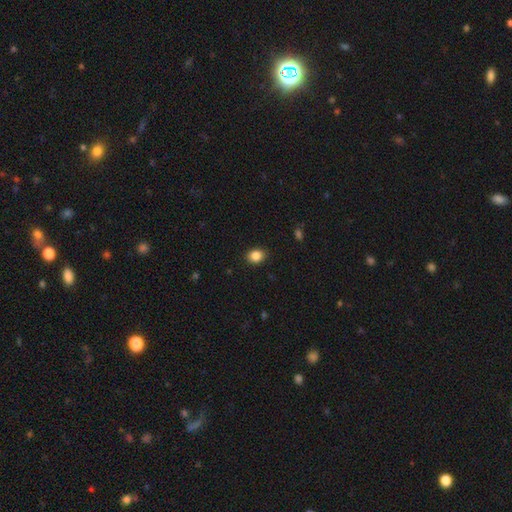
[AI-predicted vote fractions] The model was most divided on "how rounded": round: 51%, in between: 48%, cigar-shaped: 1%. More confident: merging — none (89%); smooth or featured — smooth (86%).